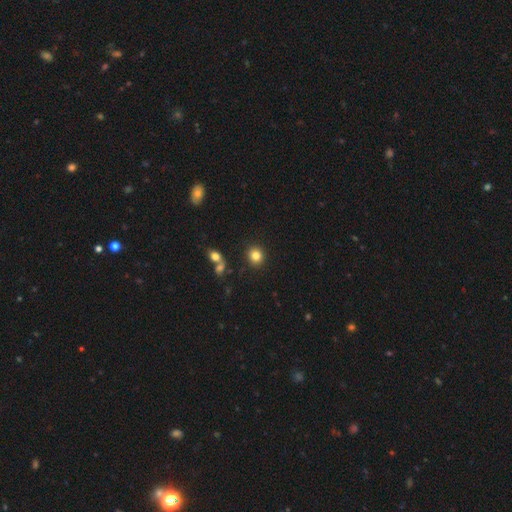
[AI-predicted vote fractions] Smooth or featured? Predicted: smooth (p=0.82). How rounded? Predicted: round (p=0.84). Merging? Predicted: none (p=0.88).